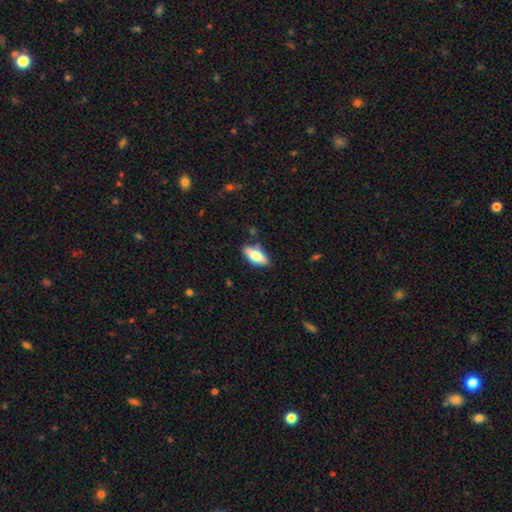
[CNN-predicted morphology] Smooth or featured?
  - smooth: 69% *
  - featured or disk: 24%
  - star or artifact: 7%
How rounded?
  - in between: 81% *
  - cigar-shaped: 16%
  - round: 3%
Merging?
  - none: 80% *
  - minor disturbance: 14%
  - major disturbance: 3%
  - merger: 3%